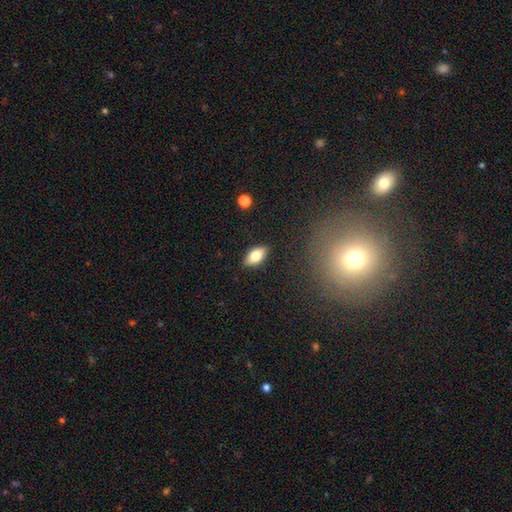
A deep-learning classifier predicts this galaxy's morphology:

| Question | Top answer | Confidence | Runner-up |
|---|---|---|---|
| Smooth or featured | smooth | 78% | featured or disk (15%) |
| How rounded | in between | 91% | cigar-shaped (6%) |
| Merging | none | 88% | minor disturbance (9%) |